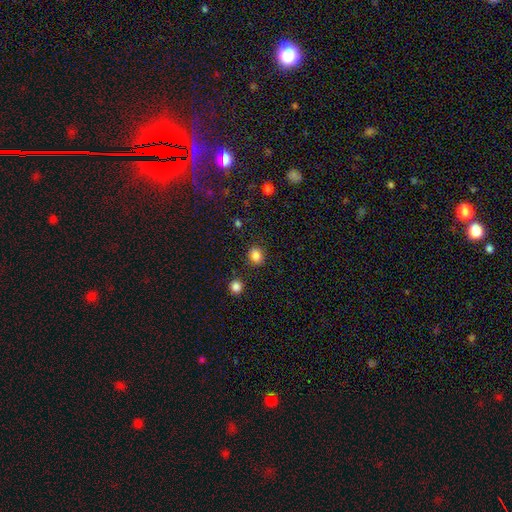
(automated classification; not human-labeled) A smooth galaxy with no disk features (85%) that is round (65%). Merging: none (85%).